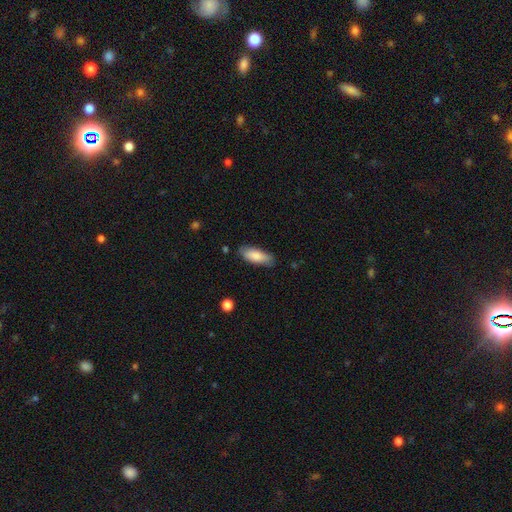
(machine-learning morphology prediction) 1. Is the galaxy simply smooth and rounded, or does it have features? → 83% smooth, 11% featured or disk, 6% star or artifact.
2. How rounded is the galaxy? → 69% in between, 29% cigar-shaped, 2% round.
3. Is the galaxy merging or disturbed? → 79% none, 16% minor disturbance, 3% major disturbance, 2% merger.